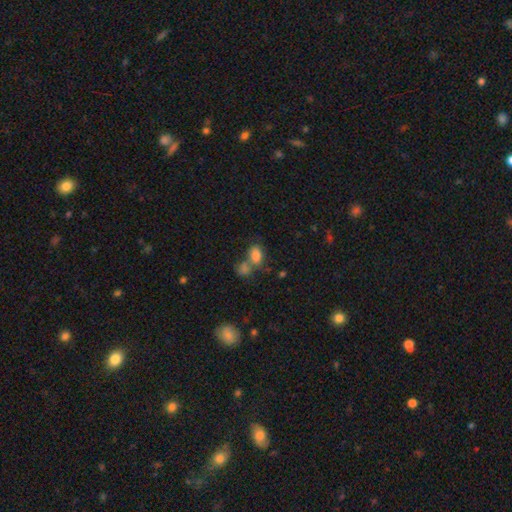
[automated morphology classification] Smooth or featured? Predicted: smooth (p=0.80). How rounded? Predicted: in between (p=0.82). Merging? Predicted: merger (p=0.42).